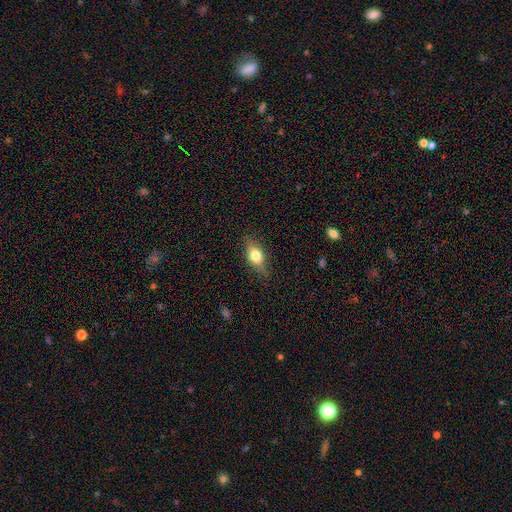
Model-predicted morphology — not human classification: Smooth or featured? Predicted: smooth (p=0.67). How rounded? Predicted: in between (p=0.76). Merging? Predicted: none (p=0.76).